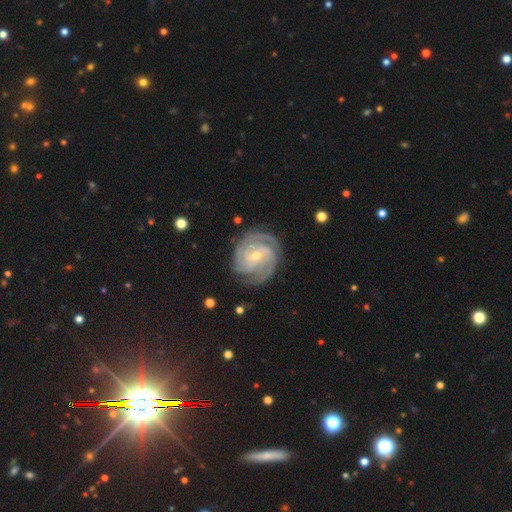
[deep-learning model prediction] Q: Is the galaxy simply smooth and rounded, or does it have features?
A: featured or disk — 91%.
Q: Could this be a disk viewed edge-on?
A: no — 98%.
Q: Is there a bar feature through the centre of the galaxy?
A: no — 51%.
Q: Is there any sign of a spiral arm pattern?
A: yes — 98%.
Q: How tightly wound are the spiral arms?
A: tight — 75%.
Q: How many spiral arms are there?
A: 3 — 35%.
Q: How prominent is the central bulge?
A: small — 66%.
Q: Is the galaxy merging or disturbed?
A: none — 78%.